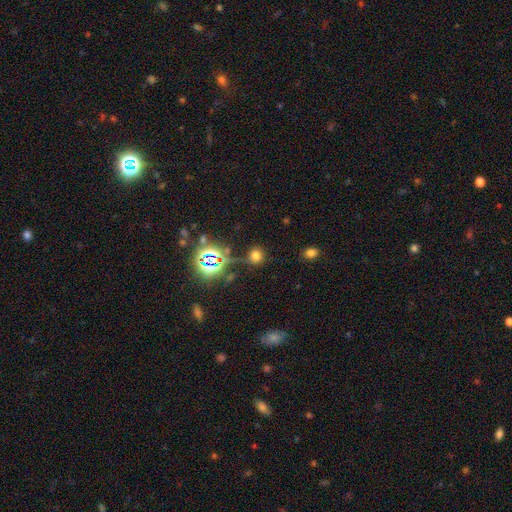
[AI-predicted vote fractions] Smooth or featured?
  - smooth: 62% *
  - star or artifact: 30%
  - featured or disk: 8%
How rounded?
  - round: 85% *
  - in between: 14%
  - cigar-shaped: 1%
Merging?
  - none: 78% *
  - minor disturbance: 12%
  - major disturbance: 5%
  - merger: 5%